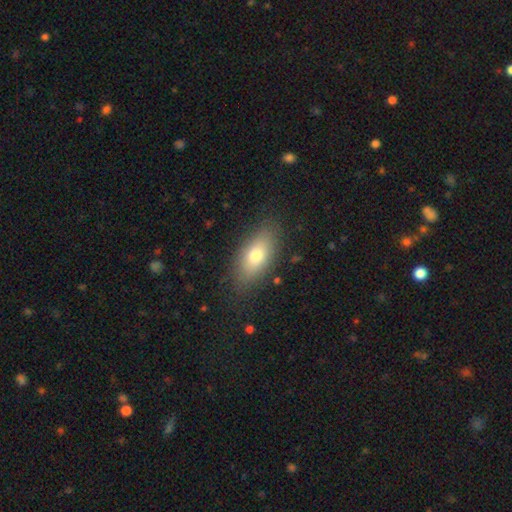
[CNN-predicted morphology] Smooth or featured?
  - smooth: 73% *
  - featured or disk: 19%
  - star or artifact: 8%
How rounded?
  - in between: 84% *
  - cigar-shaped: 11%
  - round: 5%
Merging?
  - none: 84% *
  - minor disturbance: 11%
  - major disturbance: 3%
  - merger: 1%